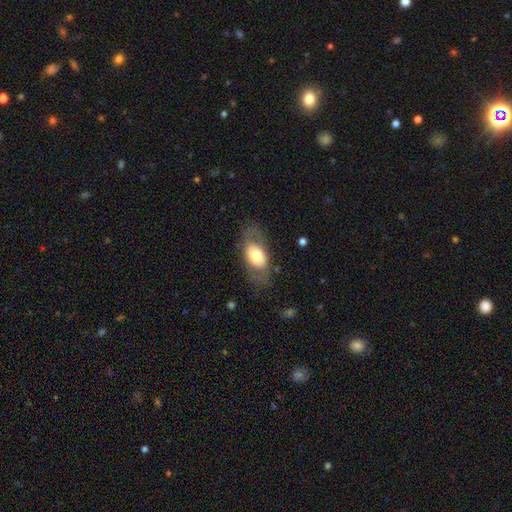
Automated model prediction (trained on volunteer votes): smooth 58%, featured or disk 35%, star or artifact 6%. Down the decision tree: how rounded — in between (89%); merging — none (72%).